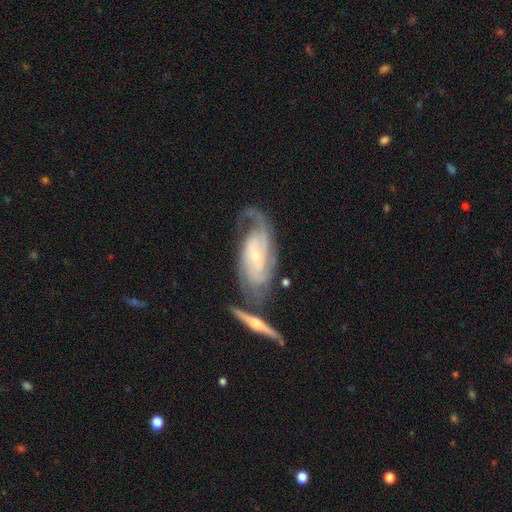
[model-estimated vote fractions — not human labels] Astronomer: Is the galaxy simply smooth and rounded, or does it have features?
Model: featured or disk — 88%.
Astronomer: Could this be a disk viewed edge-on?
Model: no — 92%.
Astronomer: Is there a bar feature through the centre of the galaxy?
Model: no — 57%.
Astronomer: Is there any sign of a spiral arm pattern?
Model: yes — 96%.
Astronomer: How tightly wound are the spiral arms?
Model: tight — 55% (runner-up: medium, 34%).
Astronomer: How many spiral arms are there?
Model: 2 — 51%.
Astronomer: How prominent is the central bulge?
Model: small — 73%.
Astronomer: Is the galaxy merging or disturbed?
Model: none — 48%.